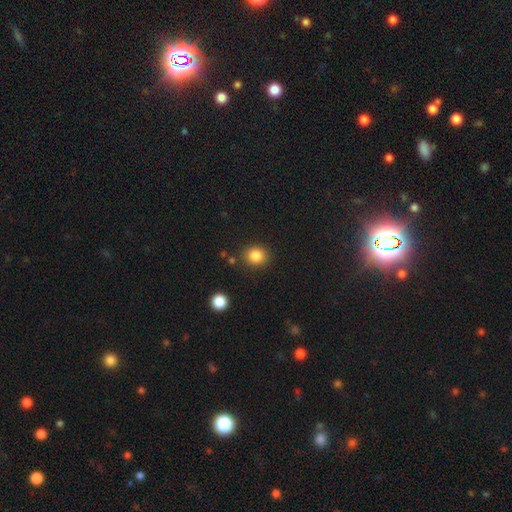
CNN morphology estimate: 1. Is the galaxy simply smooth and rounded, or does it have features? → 85% smooth, 10% star or artifact, 5% featured or disk.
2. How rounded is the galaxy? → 76% round, 23% in between, 1% cigar-shaped.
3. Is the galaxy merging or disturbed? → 85% none, 9% minor disturbance, 3% merger, 3% major disturbance.